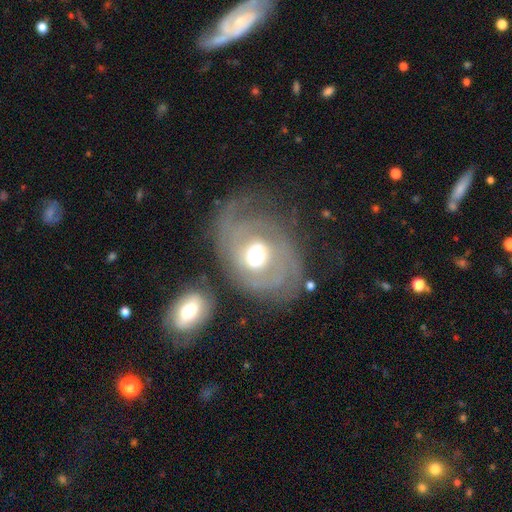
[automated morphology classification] A featured or disk galaxy (76%) with no bar (63%), 2 (39%) tight (51%) spiral arms (77%) and a moderate central bulge (70%).

Vote fractions:
- Smooth or featured? featured or disk: 76% / smooth: 17% / star or artifact: 7%
- Edge-on disk? no: 97% / yes: 3%
- Bar? no: 63% / weak: 28% / strong: 9%
- Spiral arms? yes: 77% / no: 23%
- Spiral winding? tight: 51% / medium: 32% / loose: 16%
- Spiral arm count? 2: 39% / can't tell: 33% / 1: 10% / 3: 10% / 4: 4% / more than 4: 4%
- Bulge size? moderate: 70% / large: 17% / small: 11% / dominant: 2% / none: 1%
- Merging? none: 53% / minor disturbance: 20% / major disturbance: 18% / merger: 9%